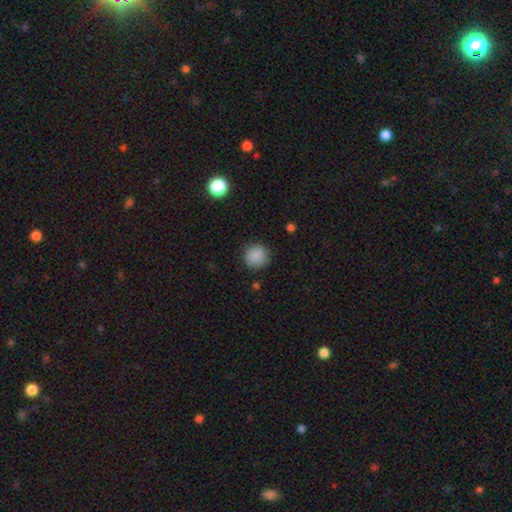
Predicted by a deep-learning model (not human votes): Smooth or featured?
  - smooth: 87% *
  - star or artifact: 9%
  - featured or disk: 3%
How rounded?
  - round: 91% *
  - in between: 8%
  - cigar-shaped: 1%
Merging?
  - none: 88% *
  - minor disturbance: 9%
  - major disturbance: 3%
  - merger: 1%